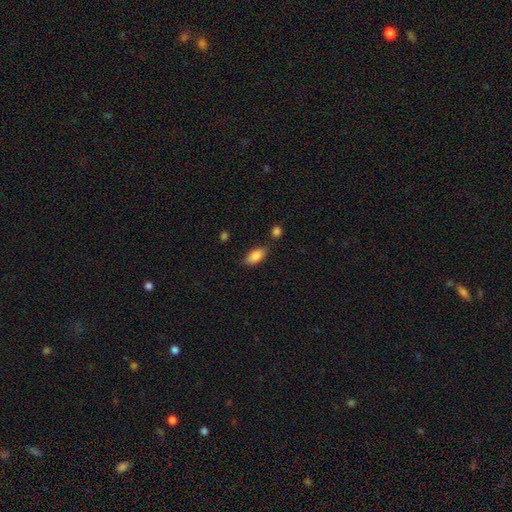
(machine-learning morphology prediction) Overall: smooth (84%). How rounded: in between (89%). Merging: none (74%).